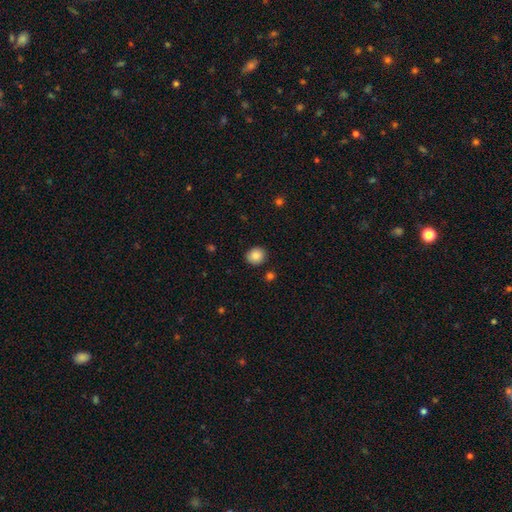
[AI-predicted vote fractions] The model was most divided on "how rounded": round: 79%, in between: 20%, cigar-shaped: 1%. More confident: merging — none (87%); smooth or featured — smooth (87%).